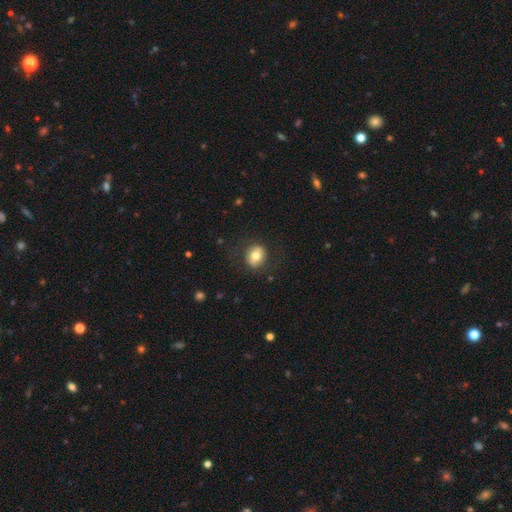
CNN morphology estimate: smooth-or-featured: smooth: 73% | featured or disk: 18% | star or artifact: 9%
  how-rounded: round: 65% | in between: 34% | cigar-shaped: 1%
  merging: none: 81% | minor disturbance: 12% | major disturbance: 6% | merger: 1%